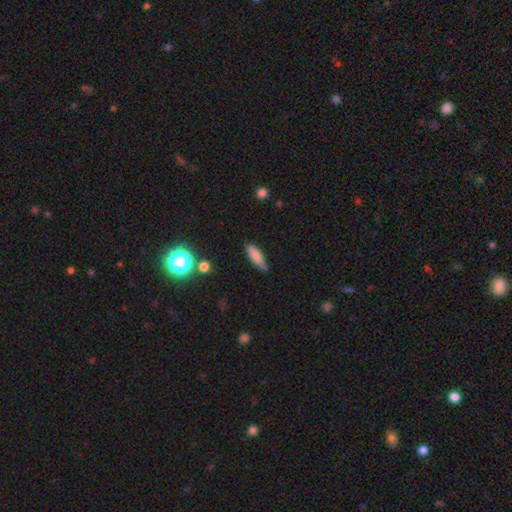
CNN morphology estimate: A smooth galaxy with no disk features (80%) that is in between round and cigar-shaped (53%). Merging: none (67%).